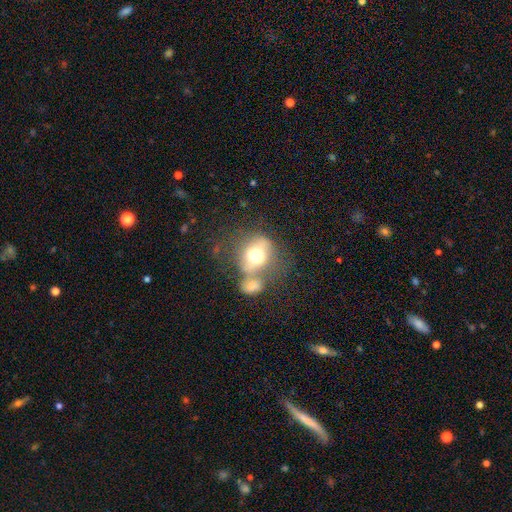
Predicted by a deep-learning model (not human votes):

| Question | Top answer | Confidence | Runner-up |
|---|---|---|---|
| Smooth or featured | smooth | 58% | featured or disk (33%) |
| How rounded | round | 58% | in between (40%) |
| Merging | none | 37% | tied: merger (37%) |